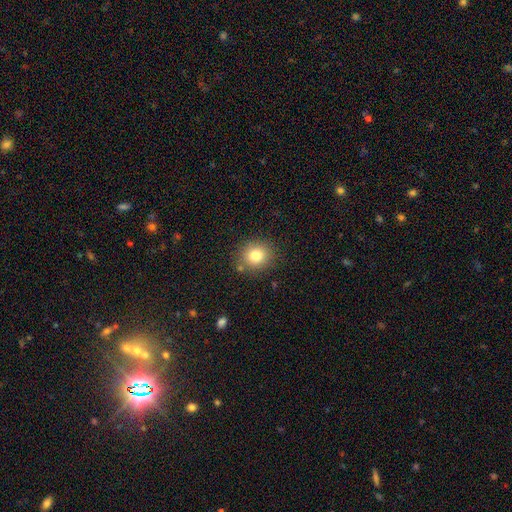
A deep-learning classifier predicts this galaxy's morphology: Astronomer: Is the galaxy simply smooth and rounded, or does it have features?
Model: smooth — 80%.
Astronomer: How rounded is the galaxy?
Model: round — 80%.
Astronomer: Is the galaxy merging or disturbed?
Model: none — 84%.